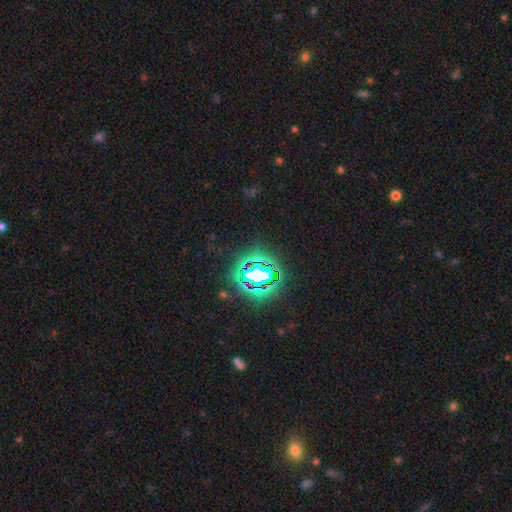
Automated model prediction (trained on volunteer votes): smooth_or_featured: star or artifact (p=0.82) [alt: smooth p=0.11]